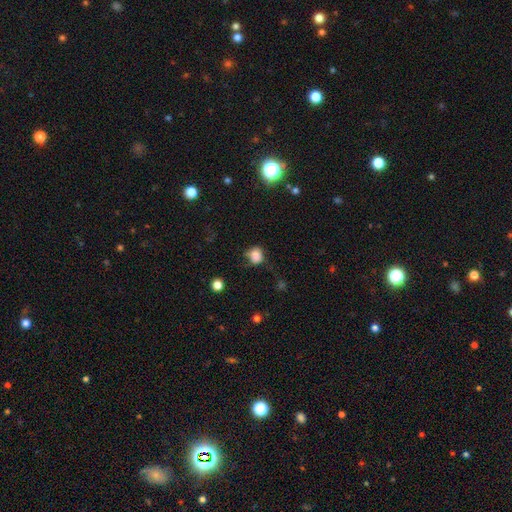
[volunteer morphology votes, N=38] Smooth or featured? smooth (76%)
How rounded? round (66%)
Merging? none (37%)